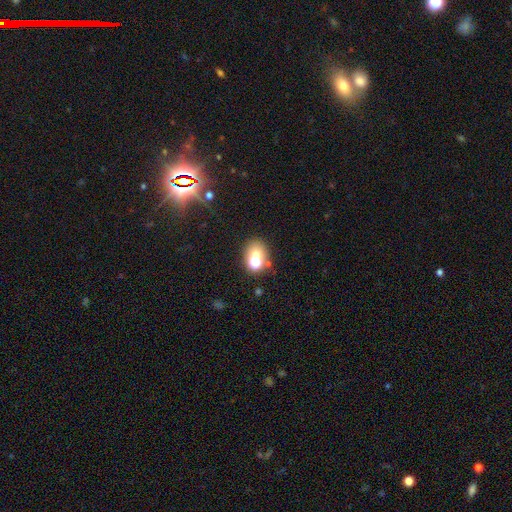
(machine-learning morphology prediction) This appears to be a smooth galaxy with no disk features (63%) that is in between round and cigar-shaped (55%). Merging: none (44%).